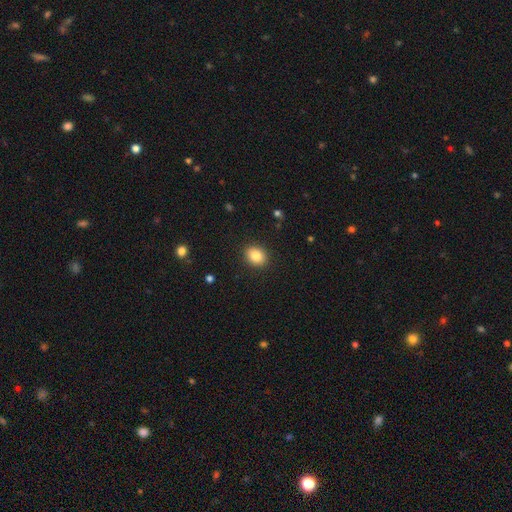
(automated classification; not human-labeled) This is clearly a smooth galaxy (85%). How rounded: possibly round (52%). Merging: clearly none (90%).